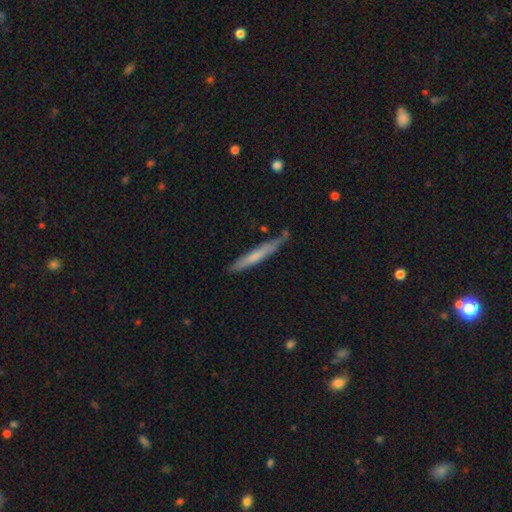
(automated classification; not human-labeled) Smooth or featured?
  - smooth: 58% *
  - featured or disk: 36%
  - star or artifact: 6%
How rounded?
  - cigar-shaped: 95% *
  - in between: 3%
  - round: 1%
Merging?
  - none: 77% *
  - minor disturbance: 16%
  - merger: 4%
  - major disturbance: 3%